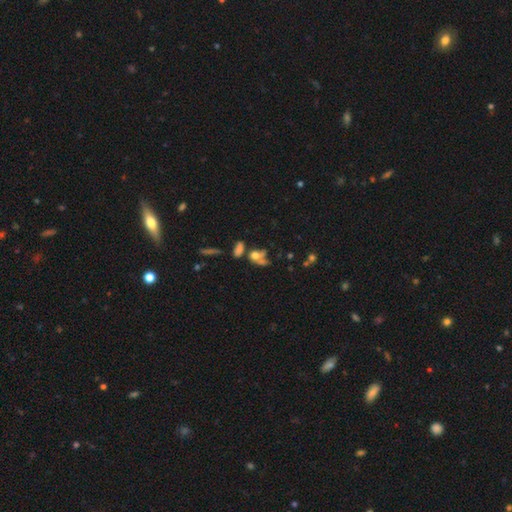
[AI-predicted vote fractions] Smooth or featured? smooth (54%)
How rounded? in between (60%)
Merging? merger (38%)